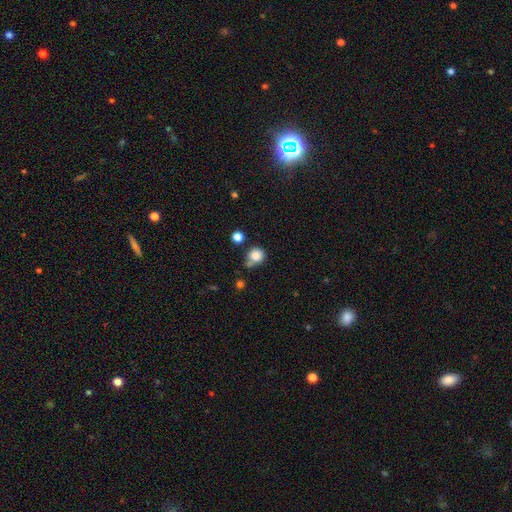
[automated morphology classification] type=smooth (83%); roundness=round (86%); merging=none (58%).